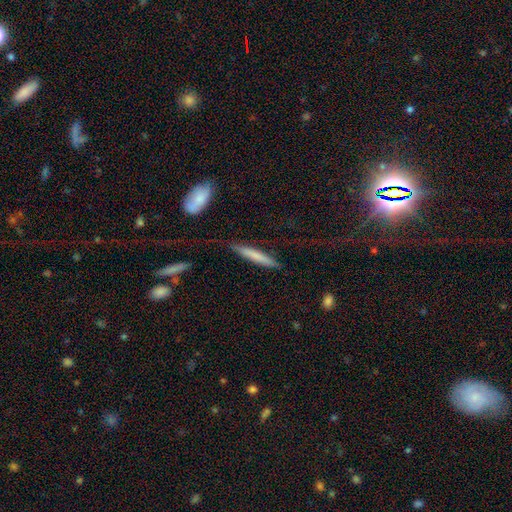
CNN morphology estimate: smooth_or_featured: smooth (p=0.66) [alt: featured or disk p=0.28]
how_rounded: cigar-shaped (p=0.94) [alt: in between p=0.05]
merging: none (p=0.75) [alt: minor disturbance p=0.18]